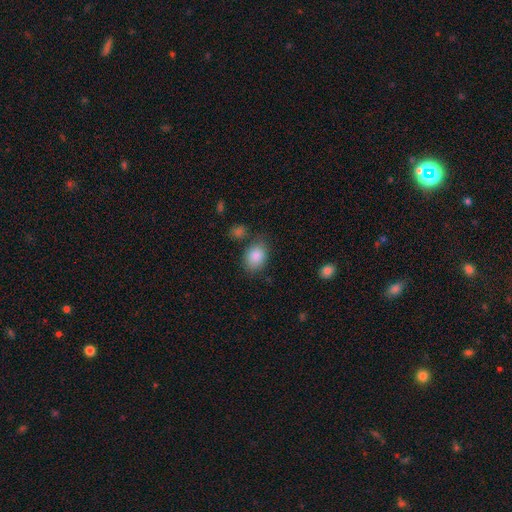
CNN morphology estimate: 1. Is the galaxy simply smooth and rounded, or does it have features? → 87% smooth, 8% star or artifact, 5% featured or disk.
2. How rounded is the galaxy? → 73% in between, 25% round, 1% cigar-shaped.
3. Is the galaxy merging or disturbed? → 70% none, 17% minor disturbance, 7% merger, 5% major disturbance.